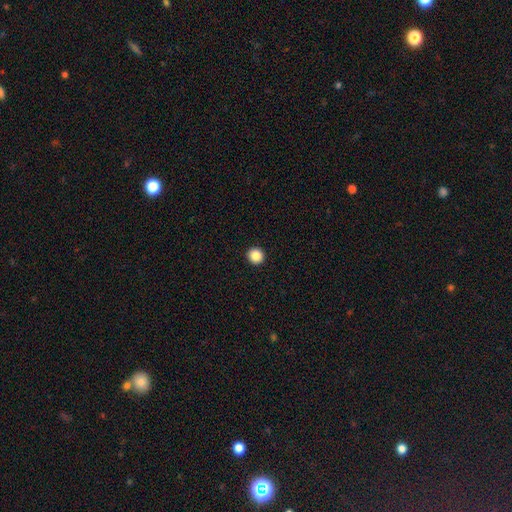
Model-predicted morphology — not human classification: smooth-or-featured: smooth: 87% | star or artifact: 10% | featured or disk: 3%
  how-rounded: round: 95% | in between: 4% | cigar-shaped: 1%
  merging: none: 94% | minor disturbance: 4% | major disturbance: 1% | merger: 1%